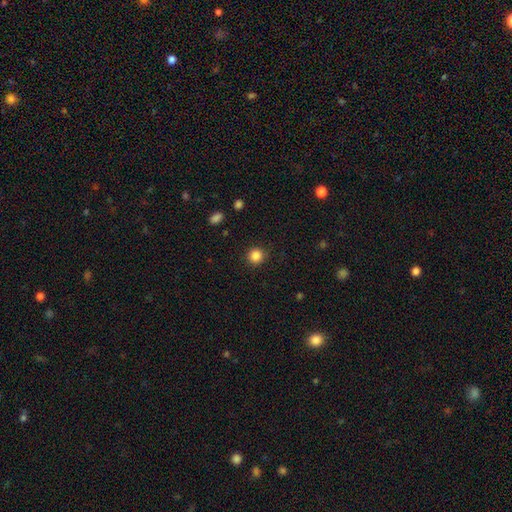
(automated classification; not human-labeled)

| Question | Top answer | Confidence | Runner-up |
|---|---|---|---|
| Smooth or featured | smooth | 85% | star or artifact (11%) |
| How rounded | round | 91% | in between (8%) |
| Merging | none | 90% | minor disturbance (7%) |